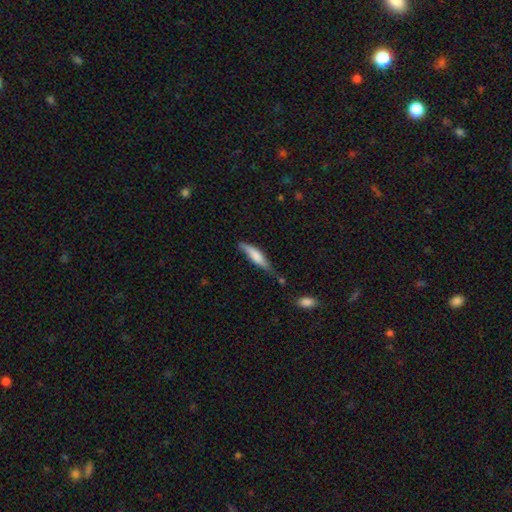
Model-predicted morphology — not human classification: The model was most divided on "merging": none: 43%, minor disturbance: 39%, major disturbance: 11%, merger: 7%. More confident: how rounded — cigar-shaped (76%); smooth or featured — smooth (66%).